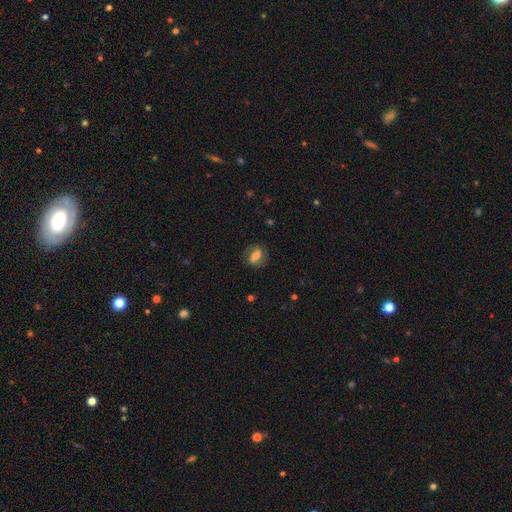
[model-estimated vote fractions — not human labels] Smooth or featured? Predicted: smooth (p=0.57). How rounded? Predicted: in between (p=0.73). Merging? Predicted: none (p=0.75).